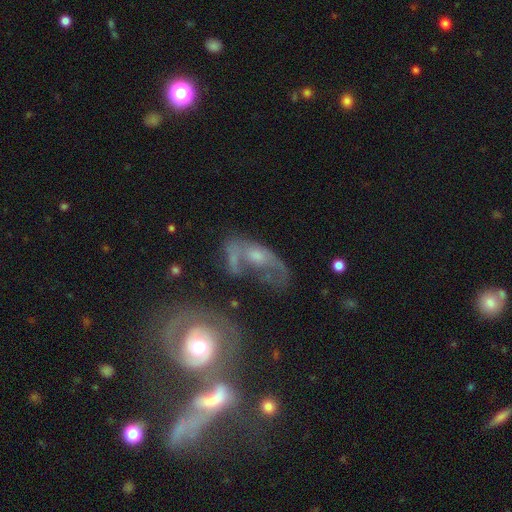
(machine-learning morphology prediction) Smooth or featured? Predicted: featured or disk (p=0.60). Edge-on disk? Predicted: no (p=0.90). Bar? Predicted: no (p=0.77). Spiral arms? Predicted: yes (p=0.53). Bulge size? Predicted: moderate (p=0.48). Merging? Predicted: major disturbance (p=0.30, tied with none).